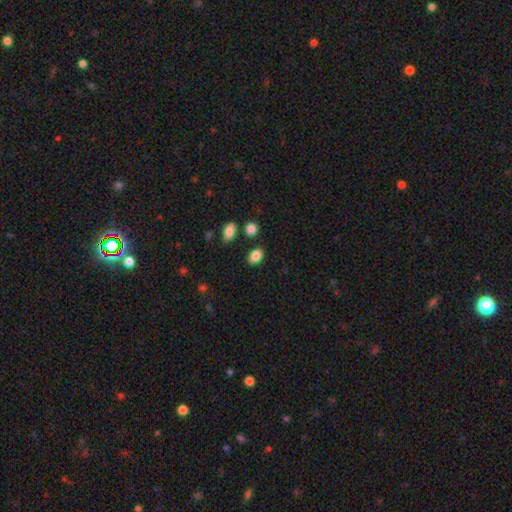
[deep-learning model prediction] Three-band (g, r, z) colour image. It shows a smooth galaxy with no disk features (85%) that is in between round and cigar-shaped (79%). Merging: none (81%).